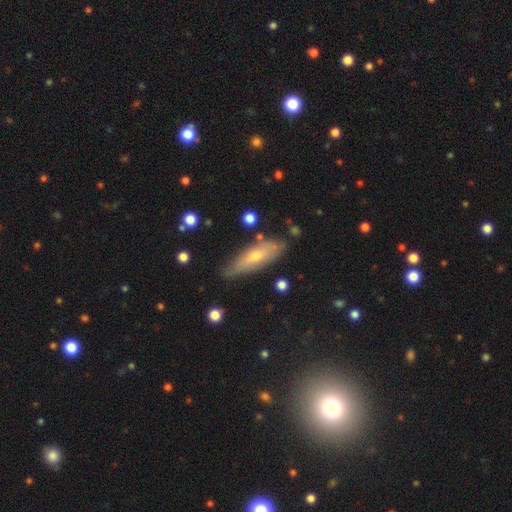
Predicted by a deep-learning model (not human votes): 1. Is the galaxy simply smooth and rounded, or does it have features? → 50% smooth, 43% featured or disk, 7% star or artifact.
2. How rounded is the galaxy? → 54% cigar-shaped, 44% in between, 2% round.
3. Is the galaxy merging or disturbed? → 73% none, 20% minor disturbance, 4% major disturbance, 3% merger.